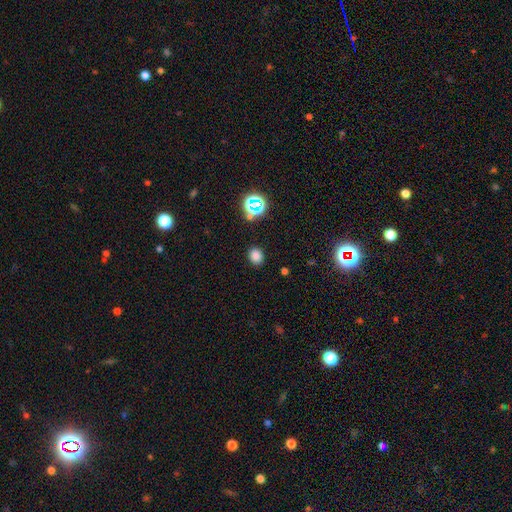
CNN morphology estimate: Q: Smooth or featured?
A: smooth (78%); runner-up: star or artifact (17%)
Q: How rounded?
A: round (63%); runner-up: in between (36%)
Q: Merging?
A: none (87%); runner-up: minor disturbance (8%)